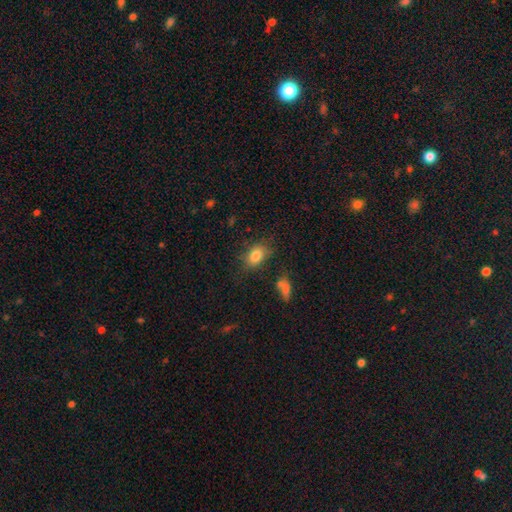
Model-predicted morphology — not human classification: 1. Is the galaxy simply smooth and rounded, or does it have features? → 82% smooth, 9% star or artifact, 9% featured or disk.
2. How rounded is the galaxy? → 80% in between, 19% round, 2% cigar-shaped.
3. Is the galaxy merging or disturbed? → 72% none, 19% minor disturbance, 6% major disturbance, 4% merger.